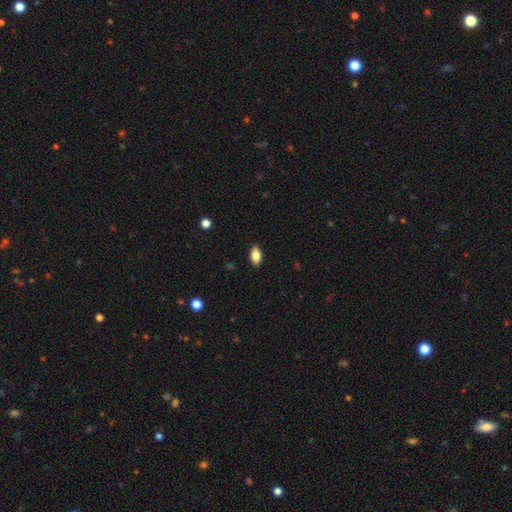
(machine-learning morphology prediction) type=smooth (82%); roundness=in between (90%); merging=none (88%).